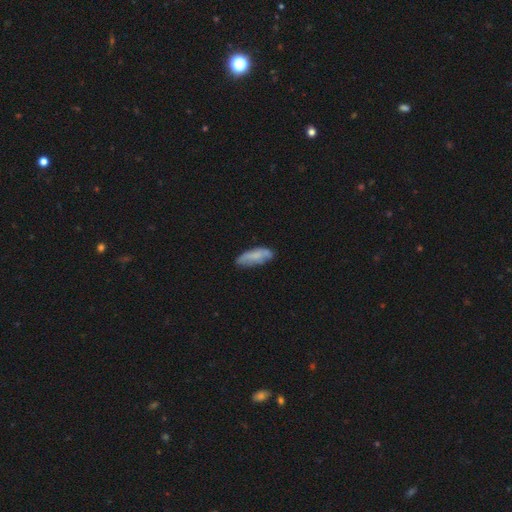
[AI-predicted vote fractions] This appears to be a smooth galaxy with no disk features (69%) that is in between round and cigar-shaped (60%). Merging: none (65%).